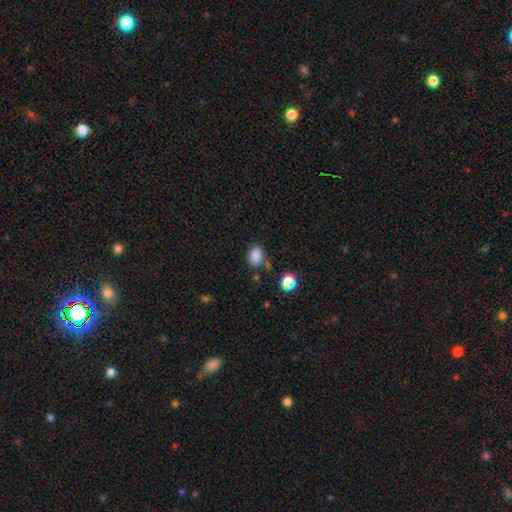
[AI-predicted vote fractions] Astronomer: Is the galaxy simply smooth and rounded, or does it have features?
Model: smooth — 83%.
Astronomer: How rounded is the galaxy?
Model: in between — 75%.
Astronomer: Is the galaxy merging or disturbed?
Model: none — 71%.